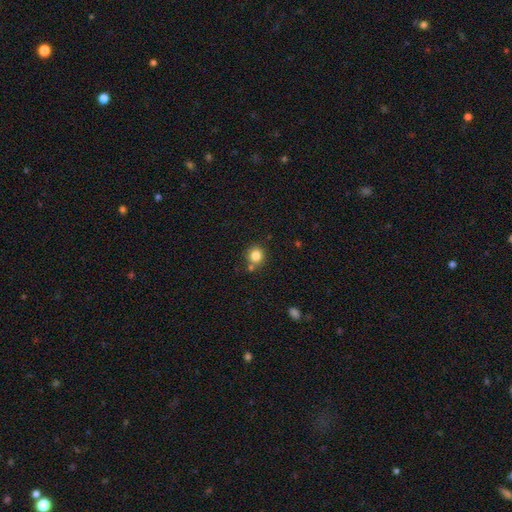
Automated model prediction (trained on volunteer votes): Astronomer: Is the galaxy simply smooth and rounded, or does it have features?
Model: smooth — 83%.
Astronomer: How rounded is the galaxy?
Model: round — 85%.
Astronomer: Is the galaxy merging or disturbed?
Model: none — 73%.